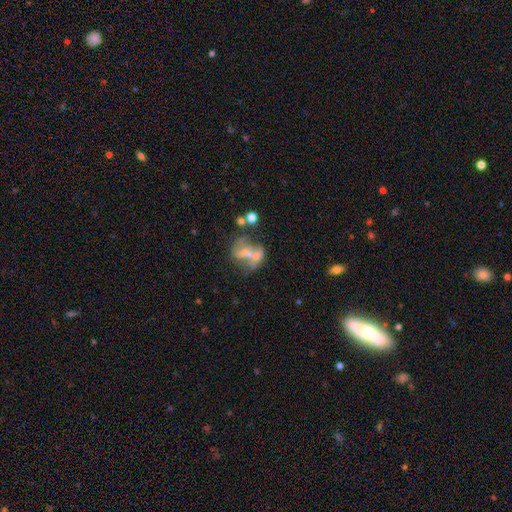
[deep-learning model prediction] This appears to be a featured or disk galaxy (56%) with no bar (61%), no spiral arms (58%) and a small central bulge (42%). Merging: merger (42%).